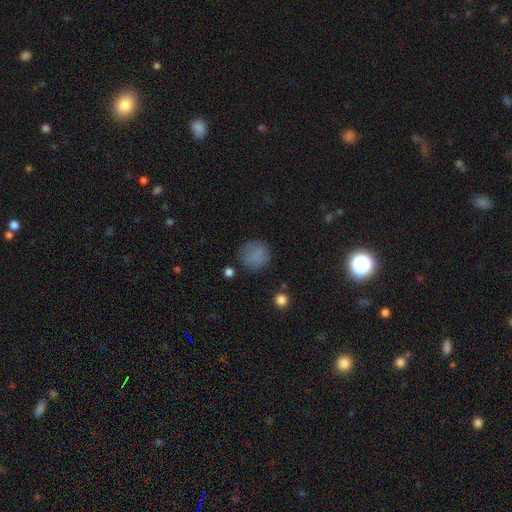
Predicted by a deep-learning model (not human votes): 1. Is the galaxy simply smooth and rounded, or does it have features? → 79% smooth, 11% star or artifact, 10% featured or disk.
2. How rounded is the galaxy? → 87% round, 12% in between, 1% cigar-shaped.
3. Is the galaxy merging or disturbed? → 74% none, 17% minor disturbance, 7% major disturbance, 2% merger.